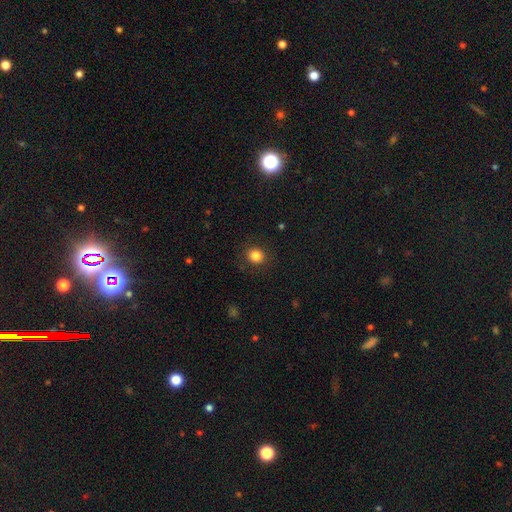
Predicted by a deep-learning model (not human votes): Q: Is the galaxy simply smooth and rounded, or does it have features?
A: smooth — 84%.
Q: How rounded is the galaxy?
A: round — 81%.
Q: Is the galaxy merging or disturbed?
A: none — 89%.